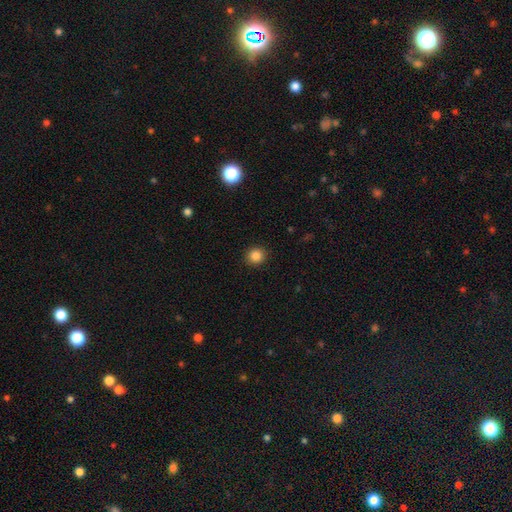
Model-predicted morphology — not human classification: smooth-or-featured: smooth: 86% | star or artifact: 11% | featured or disk: 4%
  how-rounded: round: 86% | in between: 13% | cigar-shaped: 1%
  merging: none: 91% | minor disturbance: 6% | major disturbance: 2% | merger: 1%